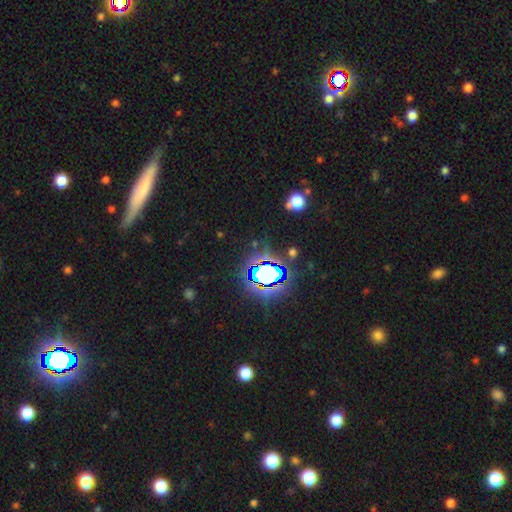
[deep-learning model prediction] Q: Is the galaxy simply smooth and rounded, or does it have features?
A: star or artifact — 62%.